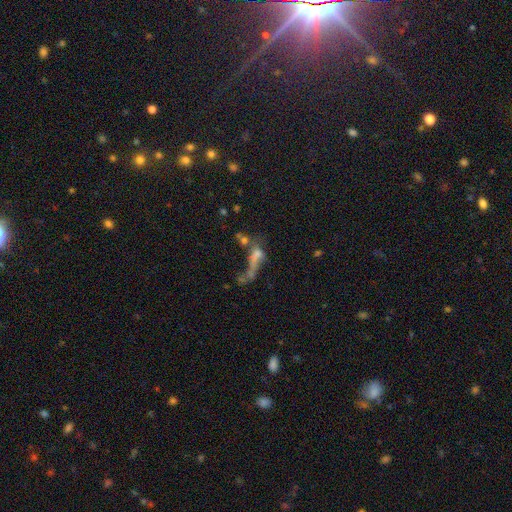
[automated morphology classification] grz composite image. It shows a featured or disk galaxy (40%). Merging: merger (35%).